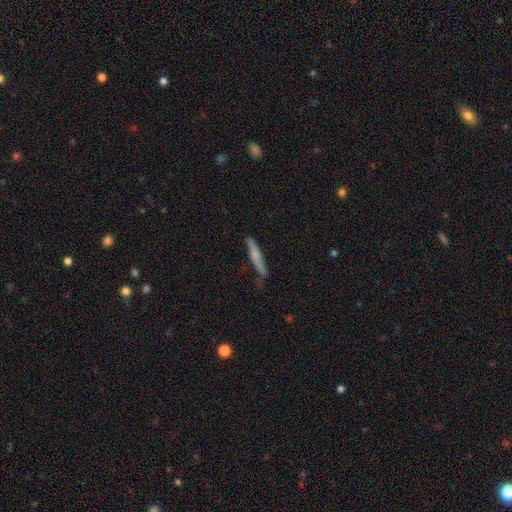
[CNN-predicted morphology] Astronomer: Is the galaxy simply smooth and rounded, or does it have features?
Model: smooth — 51% (runner-up: featured or disk, 43%).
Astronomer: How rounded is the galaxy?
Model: cigar-shaped — 94%.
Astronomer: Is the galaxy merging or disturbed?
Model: none — 78%.